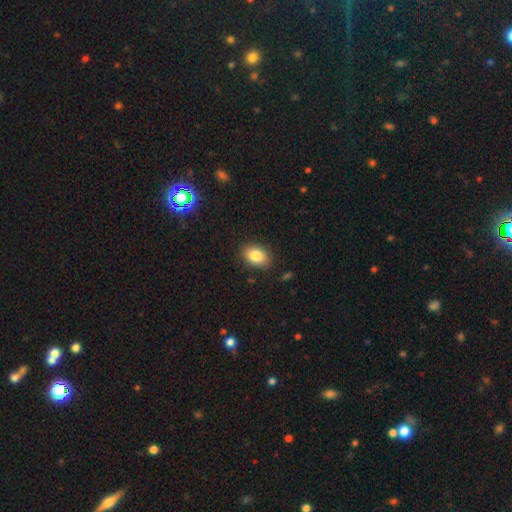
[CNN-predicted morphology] Smooth or featured: smooth — 84% (star or artifact — 8%)
How rounded: in between — 83% (round — 16%)
Merging: none — 86% (minor disturbance — 10%)